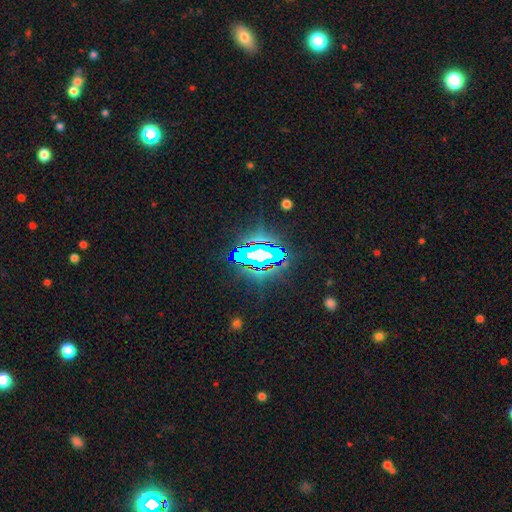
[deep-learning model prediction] smooth_or_featured: star or artifact (p=0.77) [alt: featured or disk p=0.12]